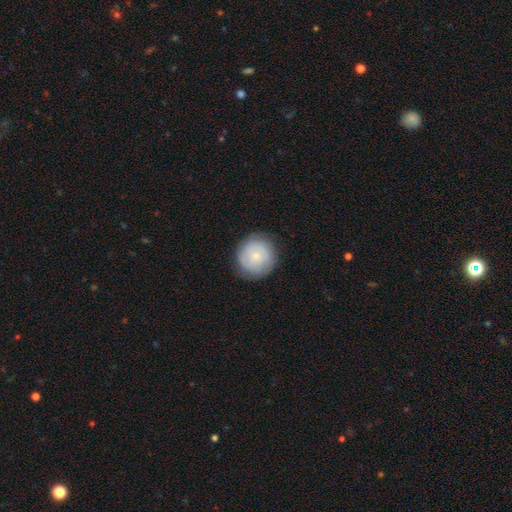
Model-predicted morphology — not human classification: This appears to be a smooth galaxy with no disk features (68%) that is round (94%). Merging: none (84%).